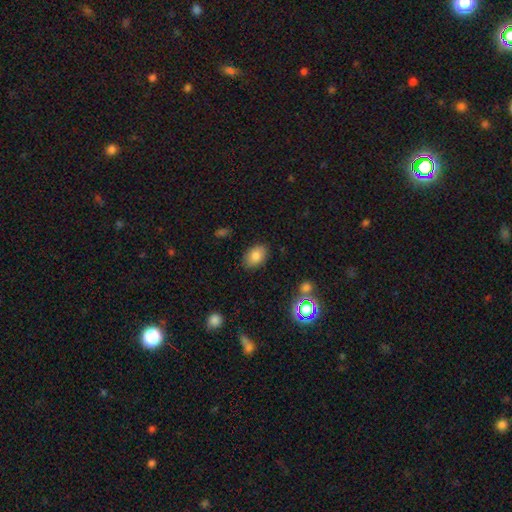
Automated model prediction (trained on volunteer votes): Smooth or featured?
  - smooth: 81% *
  - star or artifact: 10%
  - featured or disk: 9%
How rounded?
  - in between: 85% *
  - round: 14%
  - cigar-shaped: 1%
Merging?
  - none: 85% *
  - minor disturbance: 11%
  - major disturbance: 3%
  - merger: 1%